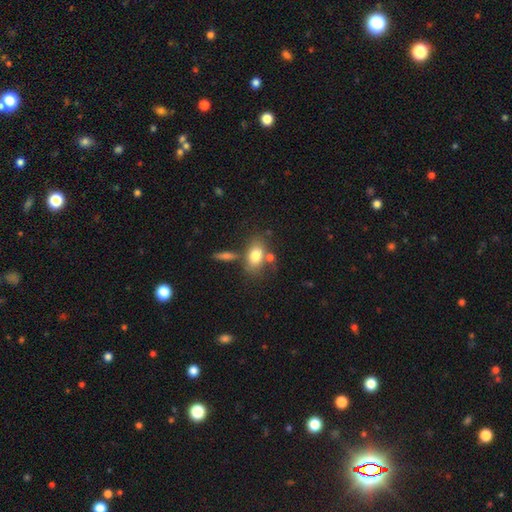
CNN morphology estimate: Smooth or featured? smooth (77%)
How rounded? in between (82%)
Merging? none (58%)